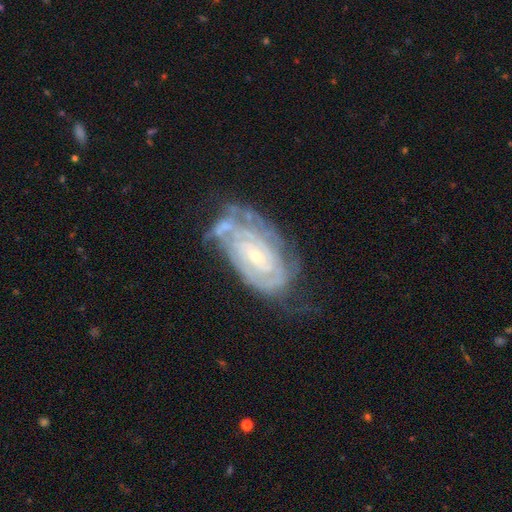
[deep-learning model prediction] A featured or disk galaxy (84%) with no bar (61%), tight (76%) spiral arms (91%) and a small central bulge (77%). Merging: none (48%).